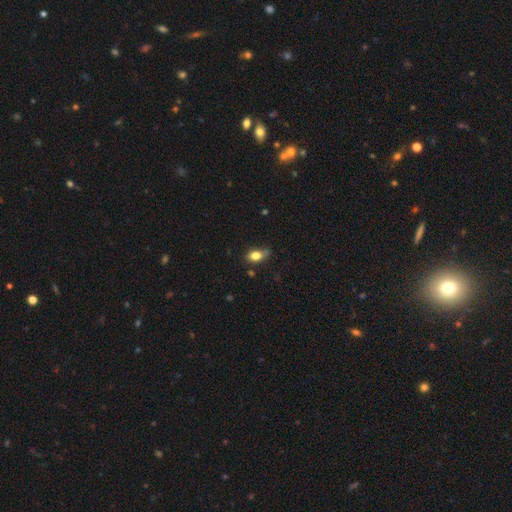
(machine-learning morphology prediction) Smooth or featured? Predicted: smooth (p=0.80). How rounded? Predicted: in between (p=0.80). Merging? Predicted: none (p=0.57).